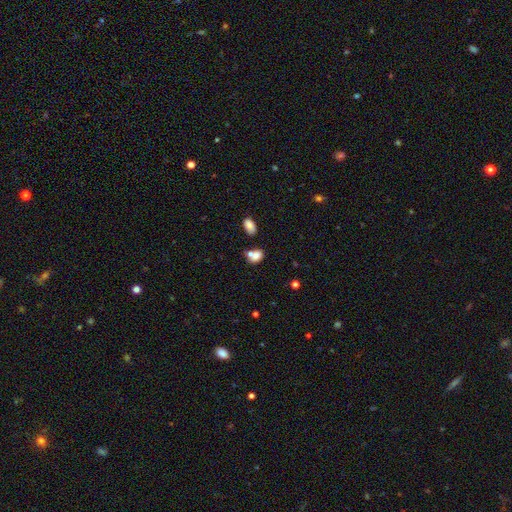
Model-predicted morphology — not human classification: type=smooth (77%); roundness=in between (69%); merging=merger (42%).